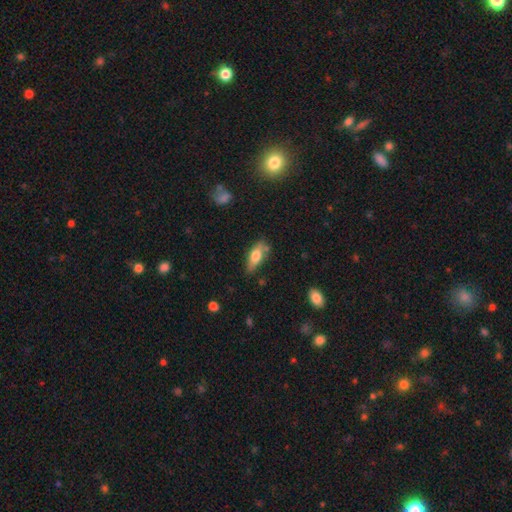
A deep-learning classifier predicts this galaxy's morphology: smooth 66%, featured or disk 27%, star or artifact 7%. Down the decision tree: how rounded — in between (68%); merging — none (67%).